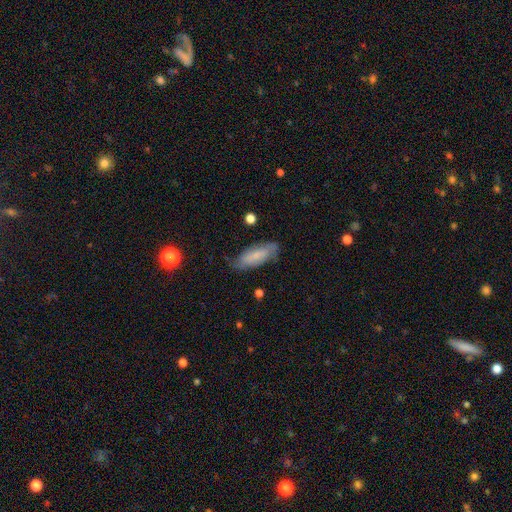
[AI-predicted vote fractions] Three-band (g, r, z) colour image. It shows a smooth galaxy with no disk features (63%) that is in between round and cigar-shaped (65%). Merging: none (72%).